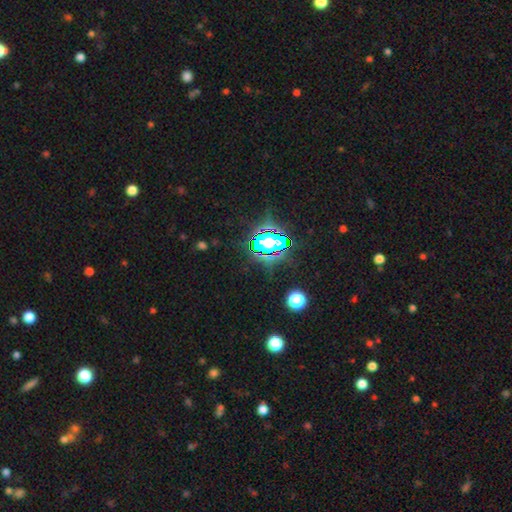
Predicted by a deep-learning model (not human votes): Morphology: type=star or artifact (78%).